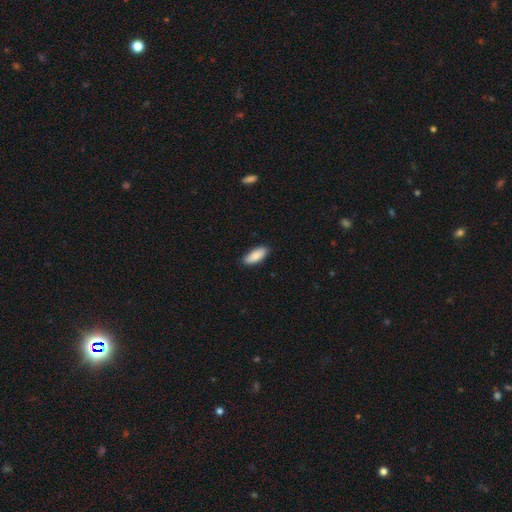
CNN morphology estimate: The model was most divided on "how rounded": in between: 83%, cigar-shaped: 15%, round: 2%. More confident: smooth or featured — smooth (85%); merging — none (84%).